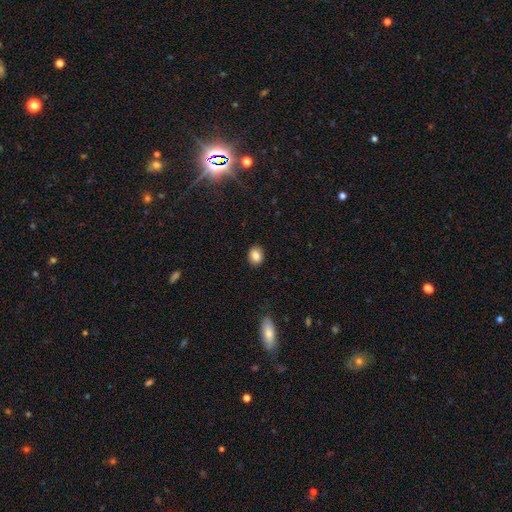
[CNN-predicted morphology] A smooth galaxy with no disk features (86%) that is in between round and cigar-shaped (54%). Merging: none (89%).